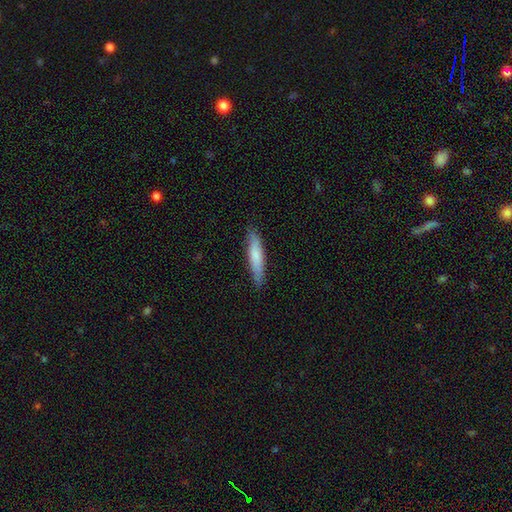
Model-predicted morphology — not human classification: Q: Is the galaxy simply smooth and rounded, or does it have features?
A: smooth — 76%.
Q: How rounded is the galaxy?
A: cigar-shaped — 86%.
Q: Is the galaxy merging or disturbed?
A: none — 85%.